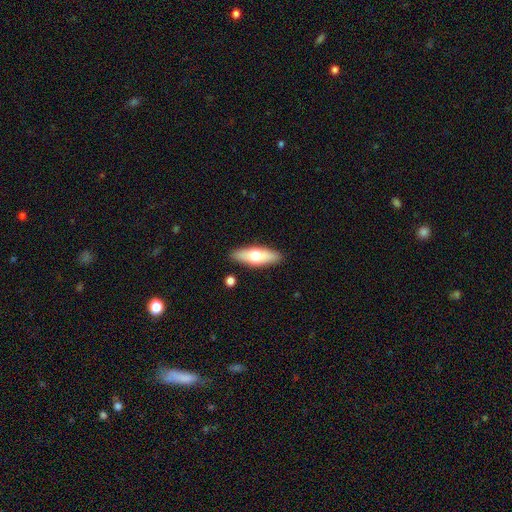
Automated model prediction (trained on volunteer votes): This appears to be a smooth galaxy with no disk features (59%) that is in between round and cigar-shaped (55%). Merging: none (87%).